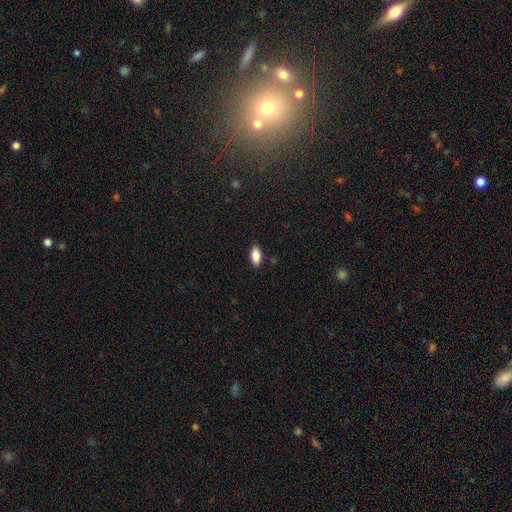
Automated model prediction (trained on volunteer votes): This appears to be a smooth galaxy with no disk features (89%) that is in between round and cigar-shaped (91%). Merging: none (87%).